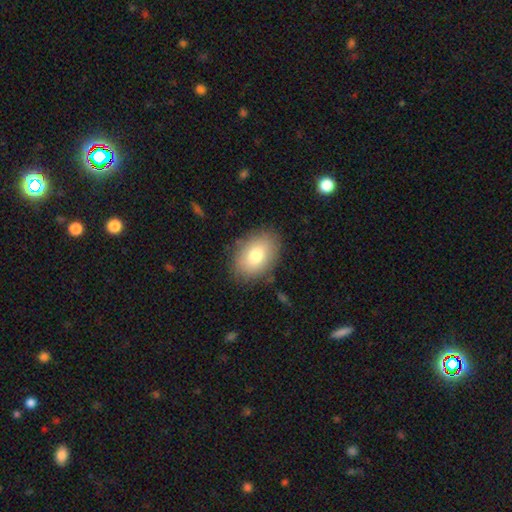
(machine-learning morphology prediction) smooth_or_featured: smooth (p=0.78) [alt: featured or disk p=0.15]
how_rounded: in between (p=0.82) [alt: round p=0.17]
merging: none (p=0.83) [alt: minor disturbance p=0.12]